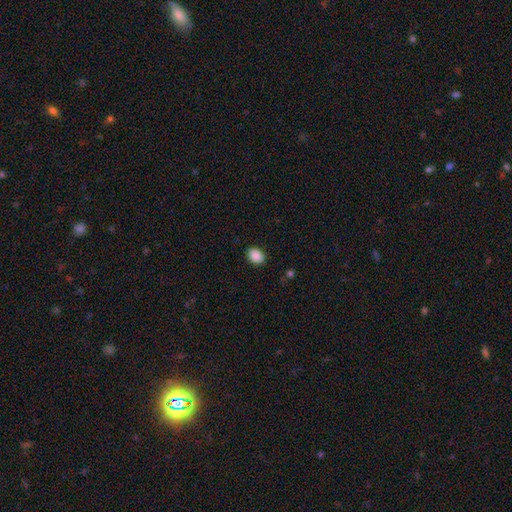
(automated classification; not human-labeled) A smooth galaxy with no disk features (89%) that is in between round and cigar-shaped (67%).

Vote fractions:
- Smooth or featured? smooth: 89% / star or artifact: 8% / featured or disk: 3%
- How rounded? in between: 67% / round: 32% / cigar-shaped: 1%
- Merging? none: 88% / minor disturbance: 9% / major disturbance: 2% / merger: 1%